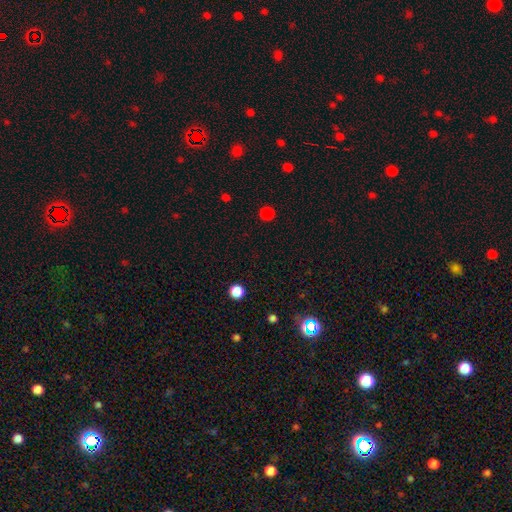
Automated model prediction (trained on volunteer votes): A star or artifact, not a galaxy (49%).